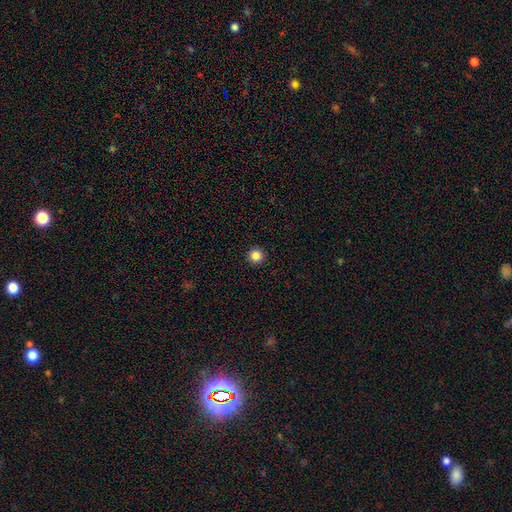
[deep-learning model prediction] A smooth galaxy with no disk features (85%) that is round (97%). Merging: none (94%).